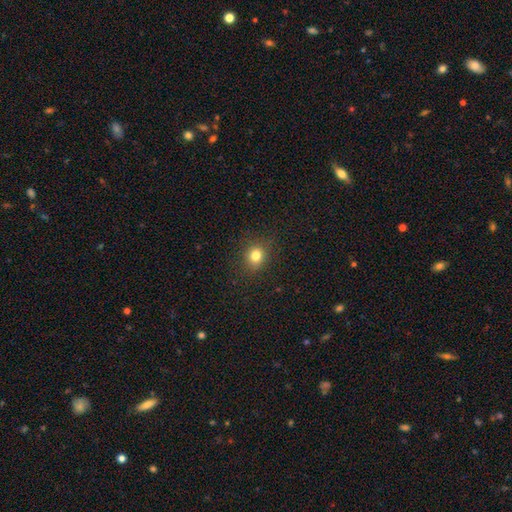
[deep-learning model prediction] Smooth or featured: smooth — 80% (star or artifact — 13%)
How rounded: round — 71% (in between — 28%)
Merging: none — 87% (minor disturbance — 9%)